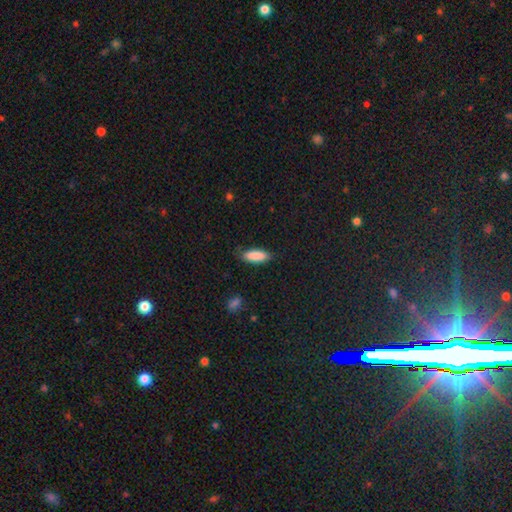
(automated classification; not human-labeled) The model was most divided on "how rounded": in between: 70%, cigar-shaped: 28%, round: 2%. More confident: smooth or featured — smooth (88%); merging — none (80%).